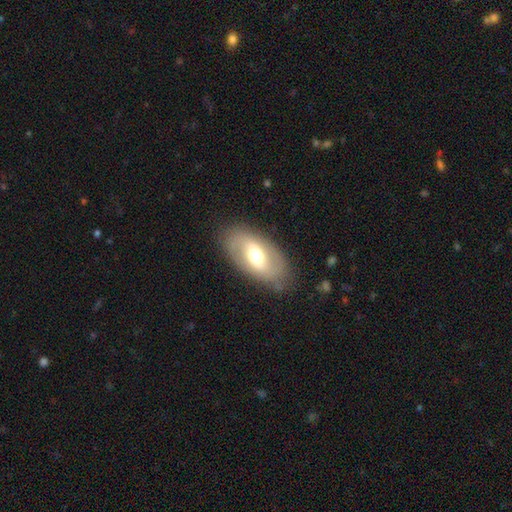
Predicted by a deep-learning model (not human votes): smooth-or-featured: featured or disk: 54% | smooth: 40% | star or artifact: 6%
  disk-edge-on: no: 90% | yes: 10%
  merging: none: 79% | minor disturbance: 15% | major disturbance: 5% | merger: 1%